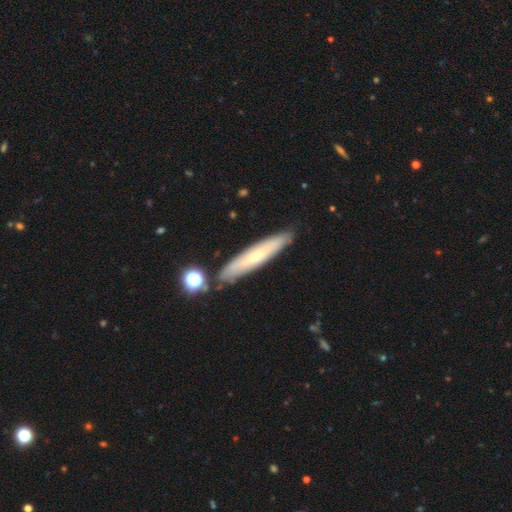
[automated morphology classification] type=featured or disk (47%); merging=none (83%).